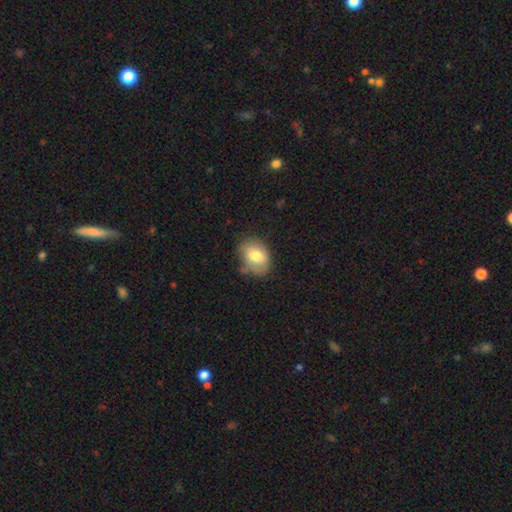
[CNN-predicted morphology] The model was most divided on "merging": none: 59%, minor disturbance: 29%, major disturbance: 7%, merger: 4%. More confident: smooth or featured — smooth (75%); how rounded — in between (70%).